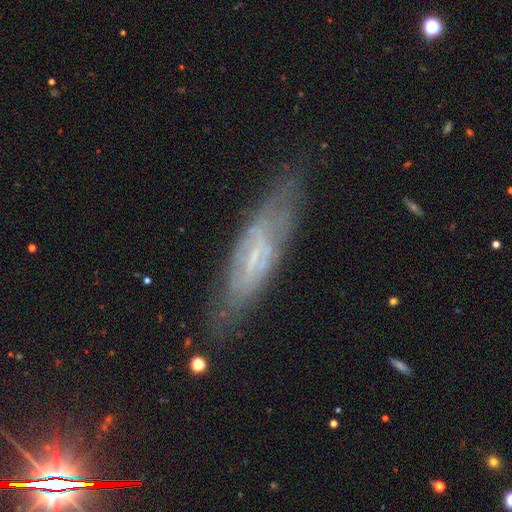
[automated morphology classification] Smooth or featured: featured or disk — 67% (smooth — 24%)
Edge-on disk: yes — 51% (no — 49%)
Merging: none — 73% (minor disturbance — 18%)